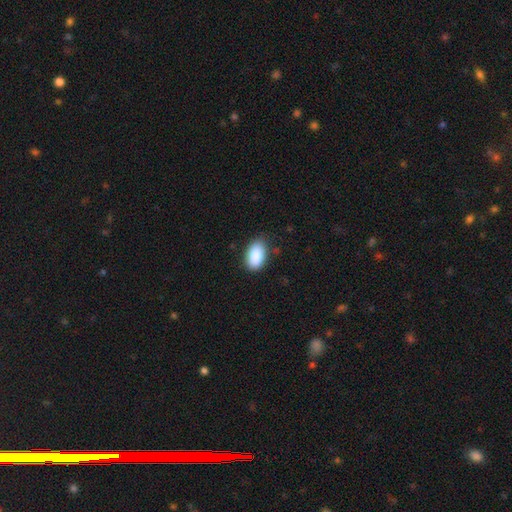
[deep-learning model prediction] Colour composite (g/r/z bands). It shows a smooth galaxy with no disk features (88%) that is in between round and cigar-shaped (93%). Merging: none (81%).